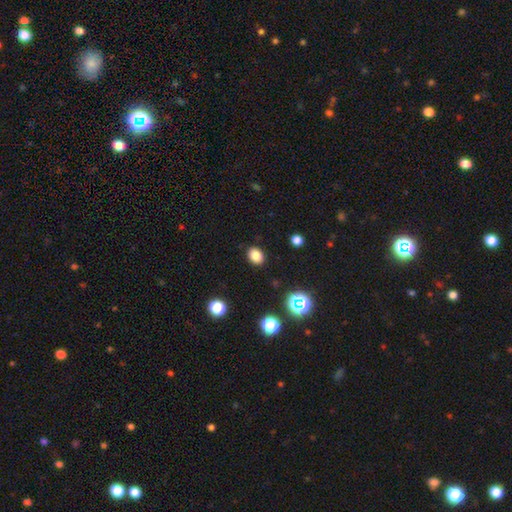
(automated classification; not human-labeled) Q: Smooth or featured?
A: smooth (82%); runner-up: star or artifact (13%)
Q: How rounded?
A: in between (59%); runner-up: round (40%)
Q: Merging?
A: none (89%); runner-up: minor disturbance (8%)